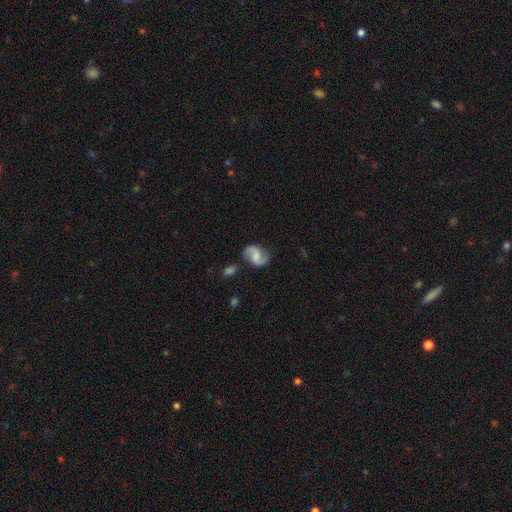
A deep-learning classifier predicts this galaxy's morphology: Q: Smooth or featured?
A: featured or disk (81%); runner-up: smooth (13%)
Q: Edge-on disk?
A: no (98%); runner-up: yes (2%)
Q: Bar?
A: weak (46%); runner-up: no (41%)
Q: Spiral arms?
A: yes (96%); runner-up: no (4%)
Q: Spiral winding?
A: medium (44%); tied with: loose (44%)
Q: Spiral arm count?
A: 2 (93%); runner-up: can't tell (2%)
Q: Bulge size?
A: moderate (34%); runner-up: none (28%)
Q: Merging?
A: none (75%); runner-up: minor disturbance (15%)